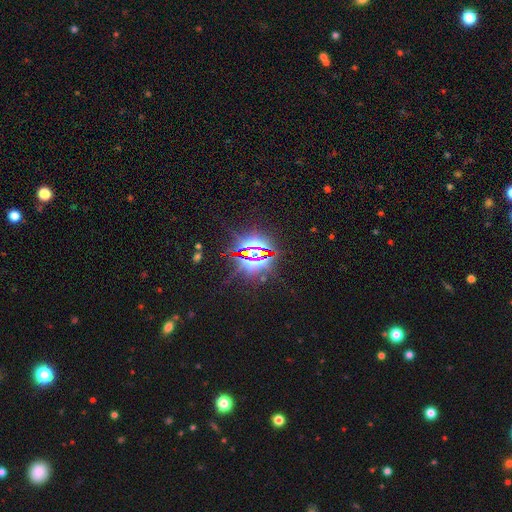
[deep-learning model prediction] This appears to be a star or artifact, not a galaxy (85%).